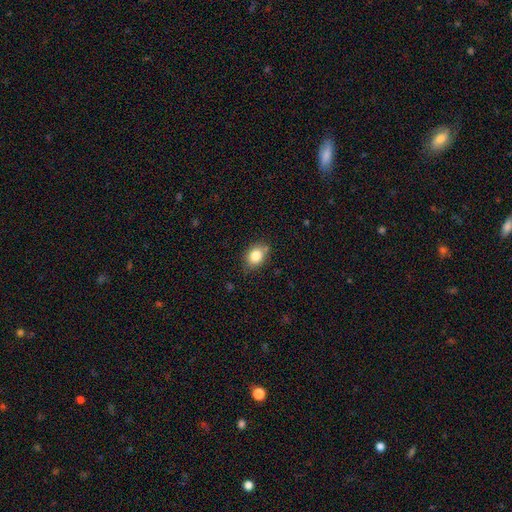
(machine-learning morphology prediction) Smooth or featured? Predicted: smooth (p=0.83). How rounded? Predicted: in between (p=0.60). Merging? Predicted: none (p=0.74).